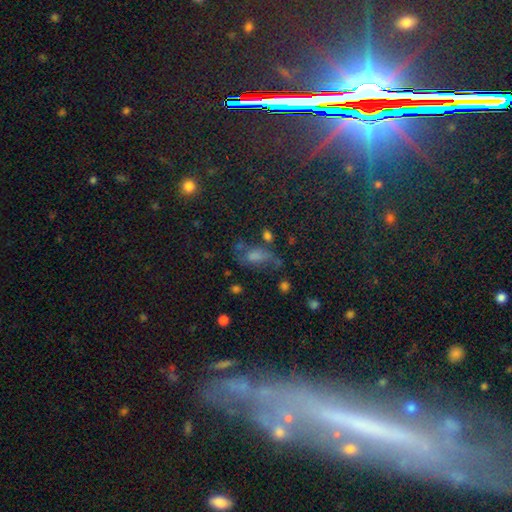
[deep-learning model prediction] Q: Smooth or featured?
A: smooth (40%); runner-up: star or artifact (34%)
Q: Merging?
A: none (49%); runner-up: minor disturbance (23%)